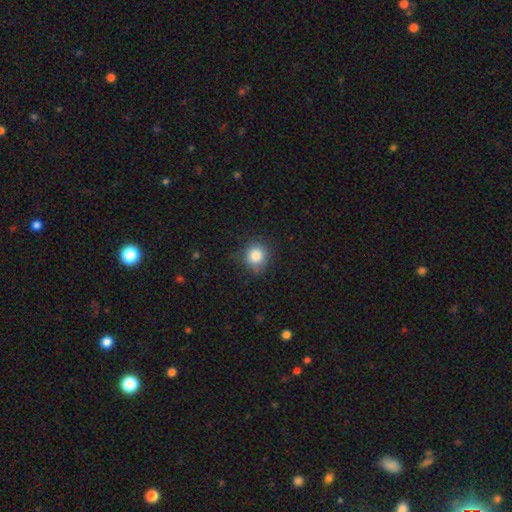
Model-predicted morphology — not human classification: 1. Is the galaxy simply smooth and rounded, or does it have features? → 85% smooth, 10% star or artifact, 5% featured or disk.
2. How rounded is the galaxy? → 88% round, 11% in between, 1% cigar-shaped.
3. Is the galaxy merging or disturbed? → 77% none, 18% minor disturbance, 4% major disturbance, 1% merger.